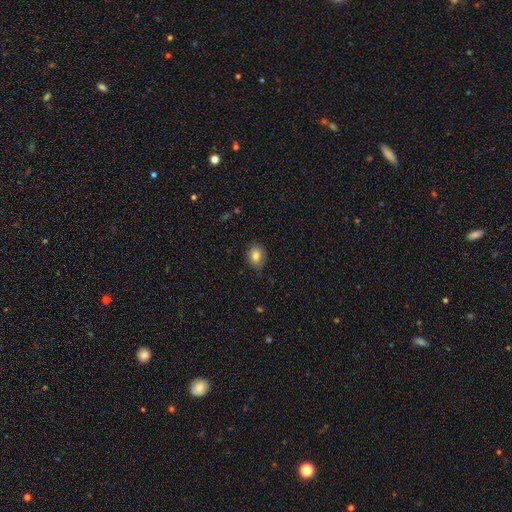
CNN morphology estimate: This appears to be a smooth galaxy with no disk features (81%) that is in between round and cigar-shaped (54%). Merging: none (82%).